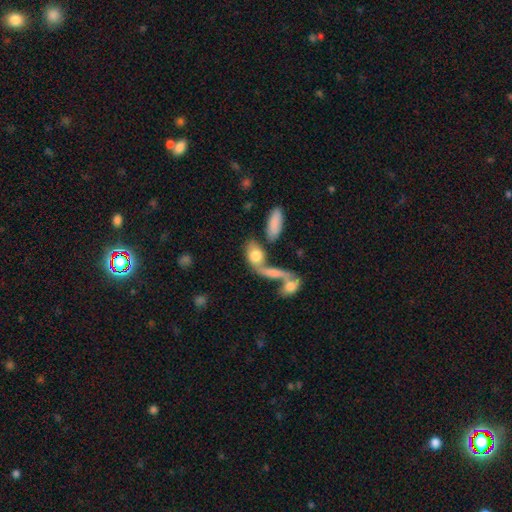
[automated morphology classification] A smooth galaxy with no disk features (66%) that is in between round and cigar-shaped (76%).

Vote fractions:
- Smooth or featured? smooth: 66% / featured or disk: 24% / star or artifact: 9%
- How rounded? in between: 76% / round: 16% / cigar-shaped: 8%
- Merging? merger: 47% / none: 28% / major disturbance: 13% / minor disturbance: 12%